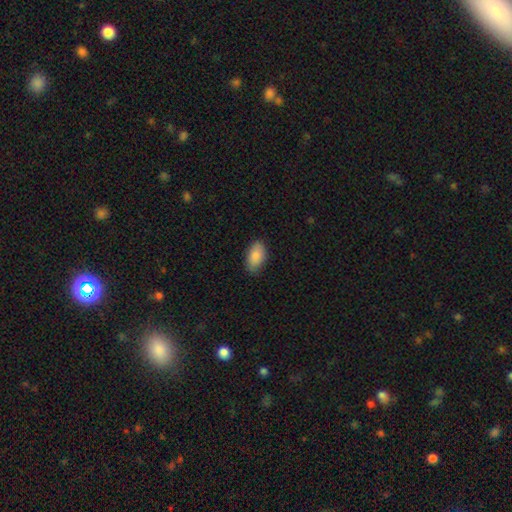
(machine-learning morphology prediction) A smooth galaxy with no disk features (86%) that is in between round and cigar-shaped (93%). Merging: none (83%).